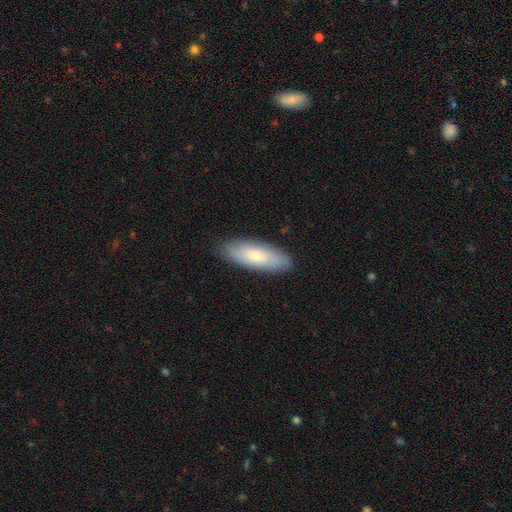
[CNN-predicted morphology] smooth 70%, featured or disk 24%, star or artifact 6%. Down the decision tree: how rounded — in between (65%); merging — none (87%).